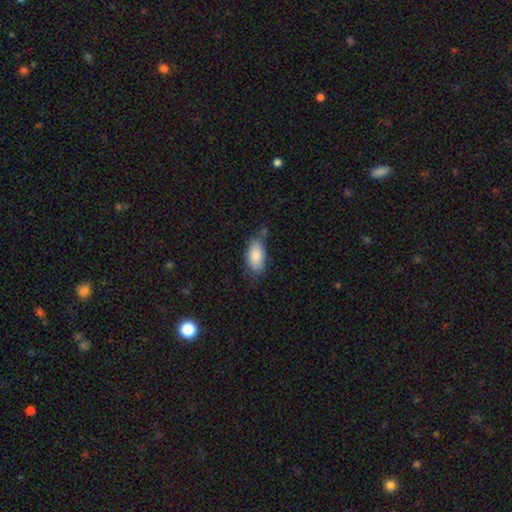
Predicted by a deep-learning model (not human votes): Overall: smooth (85%). How rounded: in between (92%). Merging: none (61%; minor disturbance 27%).